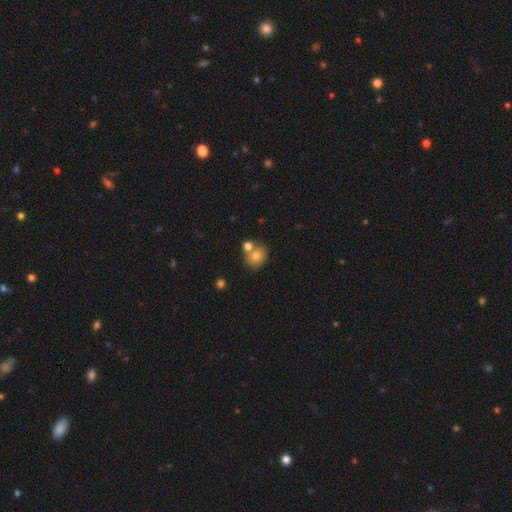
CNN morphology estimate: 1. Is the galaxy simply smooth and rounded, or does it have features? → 77% smooth, 12% featured or disk, 10% star or artifact.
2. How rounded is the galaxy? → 65% round, 34% in between, 1% cigar-shaped.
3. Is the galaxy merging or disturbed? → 55% none, 30% merger, 12% minor disturbance, 4% major disturbance.